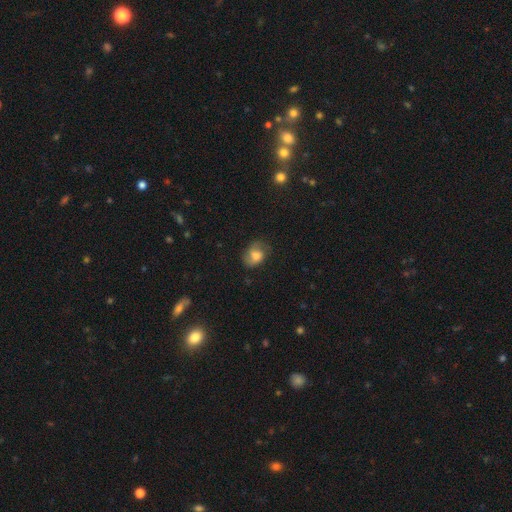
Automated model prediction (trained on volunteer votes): Smooth or featured? Predicted: smooth (p=0.58). How rounded? Predicted: in between (p=0.62). Merging? Predicted: none (p=0.59).